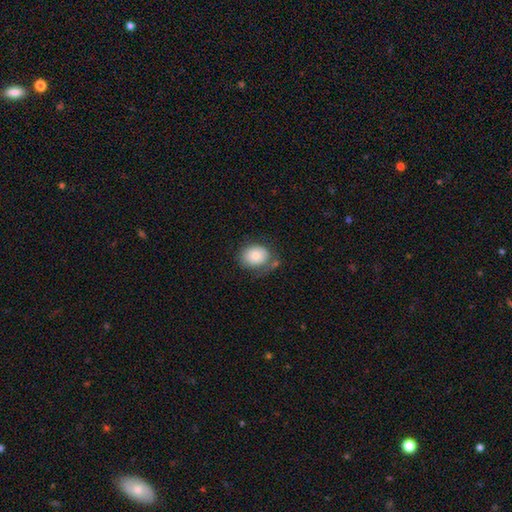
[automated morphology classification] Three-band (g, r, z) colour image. It shows a smooth galaxy with no disk features (81%) that is in between round and cigar-shaped (52%). Merging: none (54%).